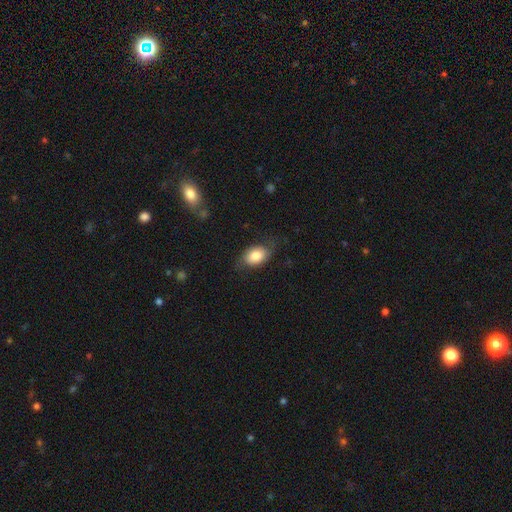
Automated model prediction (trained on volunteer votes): Morphology: type=smooth (75%); roundness=in between (83%); merging=none (66%).